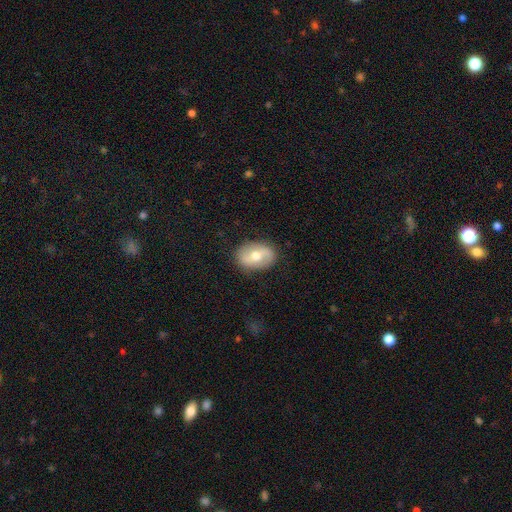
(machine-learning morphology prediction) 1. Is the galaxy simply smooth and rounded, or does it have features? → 50% featured or disk, 43% smooth, 7% star or artifact.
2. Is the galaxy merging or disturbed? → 83% none, 13% minor disturbance, 3% major disturbance, 1% merger.